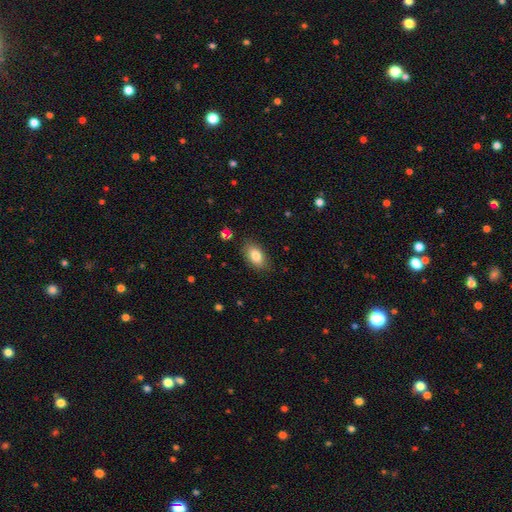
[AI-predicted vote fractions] Smooth or featured? smooth (83%)
How rounded? in between (91%)
Merging? none (83%)